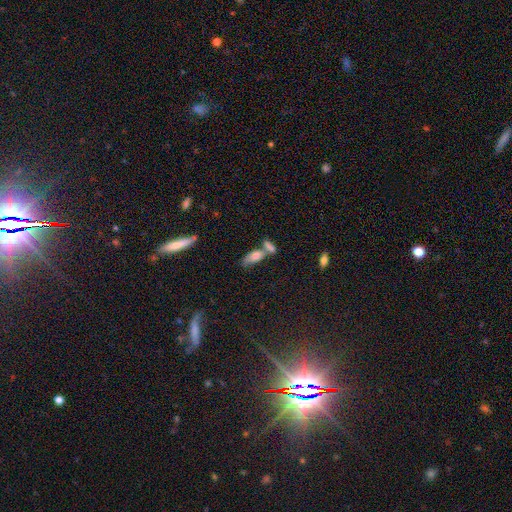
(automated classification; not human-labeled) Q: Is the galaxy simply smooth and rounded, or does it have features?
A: smooth — 73%.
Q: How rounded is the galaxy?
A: in between — 74%.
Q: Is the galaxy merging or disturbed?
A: merger — 45%.